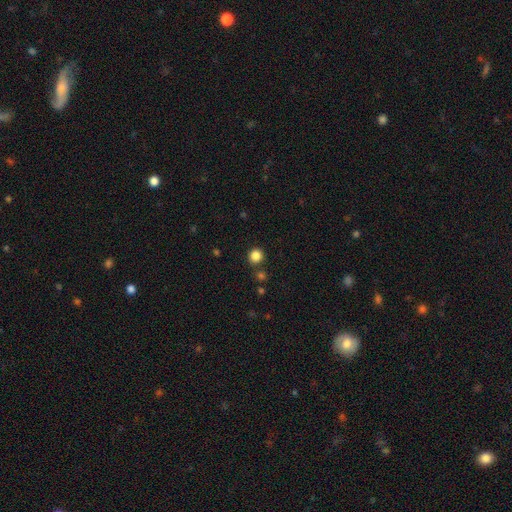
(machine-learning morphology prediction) This appears to be a smooth galaxy with no disk features (84%) that is round (93%). Merging: none (86%).